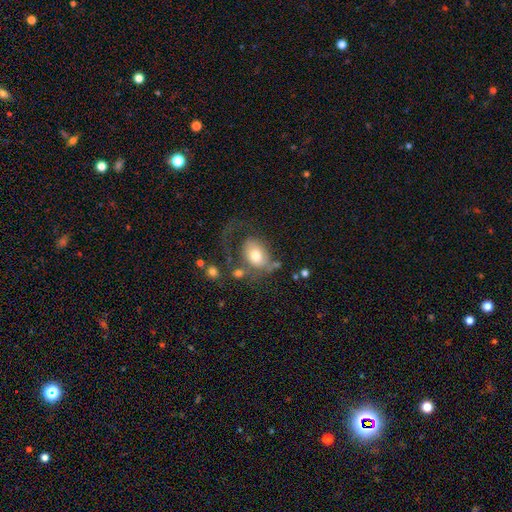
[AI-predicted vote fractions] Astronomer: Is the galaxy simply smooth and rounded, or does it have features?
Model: smooth — 62%.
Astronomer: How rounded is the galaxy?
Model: in between — 72%.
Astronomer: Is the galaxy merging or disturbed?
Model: major disturbance — 42% (runner-up: none, 30%).